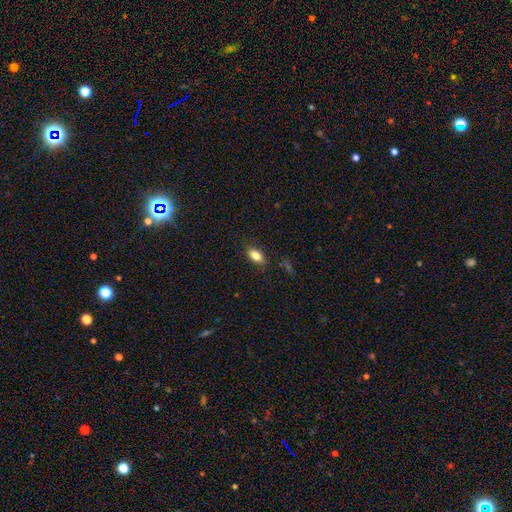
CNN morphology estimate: Overall: smooth (80%). How rounded: in between (86%). Merging: none (84%).